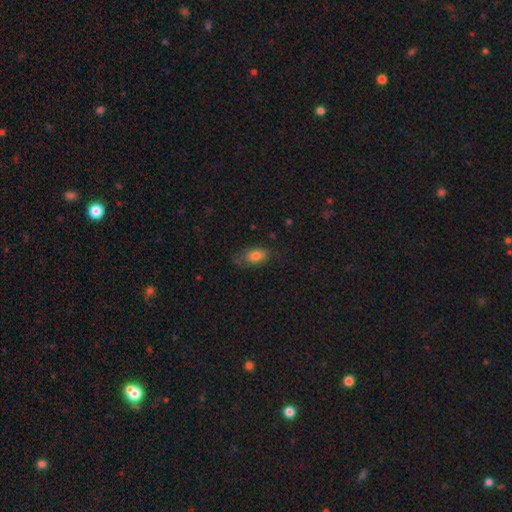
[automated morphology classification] A smooth galaxy with no disk features (79%) that is in between round and cigar-shaped (88%).

Vote fractions:
- Smooth or featured? smooth: 79% / featured or disk: 13% / star or artifact: 9%
- How rounded? in between: 88% / round: 8% / cigar-shaped: 5%
- Merging? none: 61% / minor disturbance: 27% / major disturbance: 11% / merger: 2%